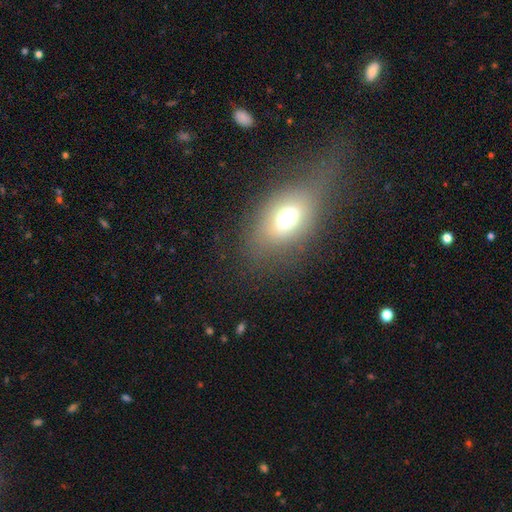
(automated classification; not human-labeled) Morphology: type=smooth (56%); roundness=in between (72%); merging=none (59%).